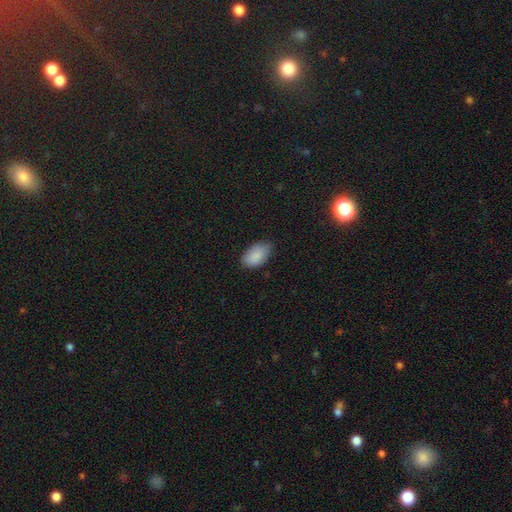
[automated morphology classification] smooth_or_featured: smooth (p=0.88) [alt: star or artifact p=0.07]
how_rounded: in between (p=0.94) [alt: round p=0.05]
merging: none (p=0.73) [alt: minor disturbance p=0.23]